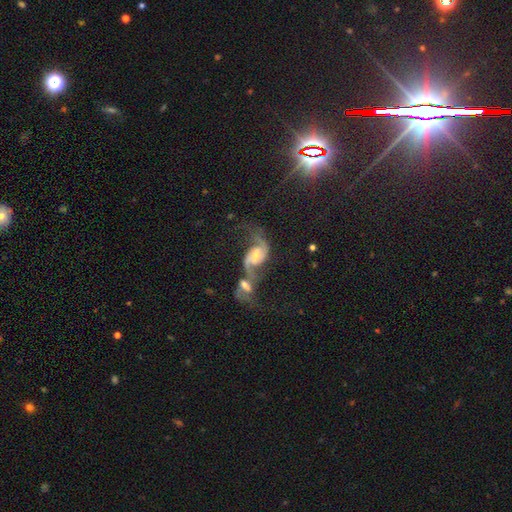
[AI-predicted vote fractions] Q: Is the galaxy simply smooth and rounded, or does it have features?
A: featured or disk — 83%.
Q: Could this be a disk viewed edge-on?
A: no — 97%.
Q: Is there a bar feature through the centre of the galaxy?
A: weak — 44%.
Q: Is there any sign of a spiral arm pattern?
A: yes — 95%.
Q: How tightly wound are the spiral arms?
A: loose — 54%.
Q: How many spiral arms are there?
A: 2 — 90%.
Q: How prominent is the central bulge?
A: moderate — 47%.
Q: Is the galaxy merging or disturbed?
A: merger — 56%.